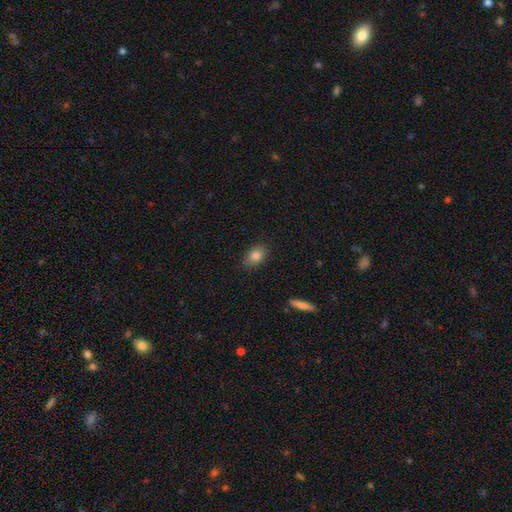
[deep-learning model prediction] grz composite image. It shows a smooth galaxy with no disk features (83%) that is in between round and cigar-shaped (81%). Merging: none (84%).